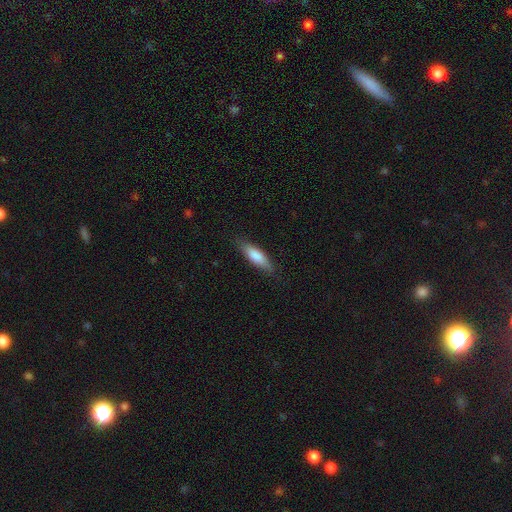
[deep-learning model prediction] smooth-or-featured: smooth: 81% | featured or disk: 13% | star or artifact: 5%
  how-rounded: cigar-shaped: 54% | in between: 45% | round: 2%
  merging: none: 83% | minor disturbance: 13% | major disturbance: 3% | merger: 1%